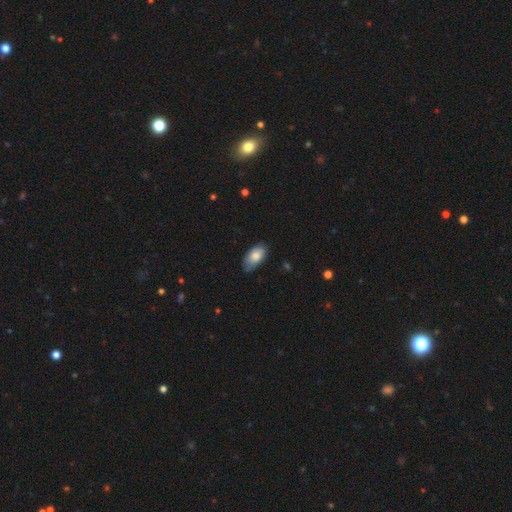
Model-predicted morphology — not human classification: Smooth or featured?
  - smooth: 80% *
  - featured or disk: 14%
  - star or artifact: 6%
How rounded?
  - in between: 94% *
  - round: 3%
  - cigar-shaped: 3%
Merging?
  - none: 71% *
  - minor disturbance: 24%
  - major disturbance: 3%
  - merger: 1%